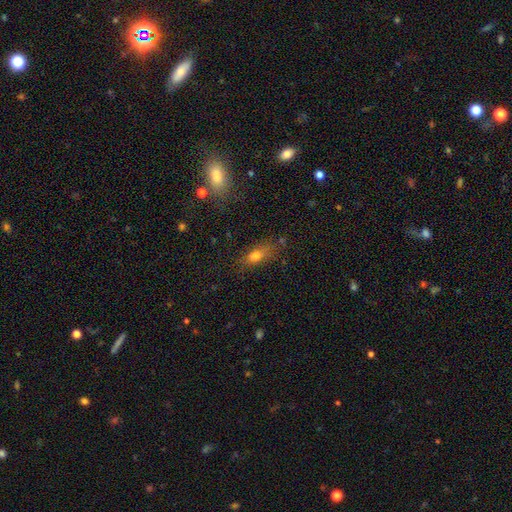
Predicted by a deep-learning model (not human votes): Smooth or featured? Predicted: smooth (p=0.74). How rounded? Predicted: in between (p=0.73). Merging? Predicted: none (p=0.68).